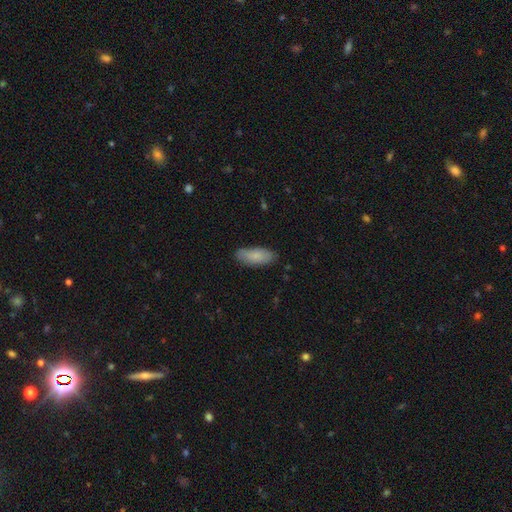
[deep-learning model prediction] Smooth or featured: smooth — 82% (featured or disk — 12%)
How rounded: in between — 78% (cigar-shaped — 20%)
Merging: none — 81% (minor disturbance — 15%)